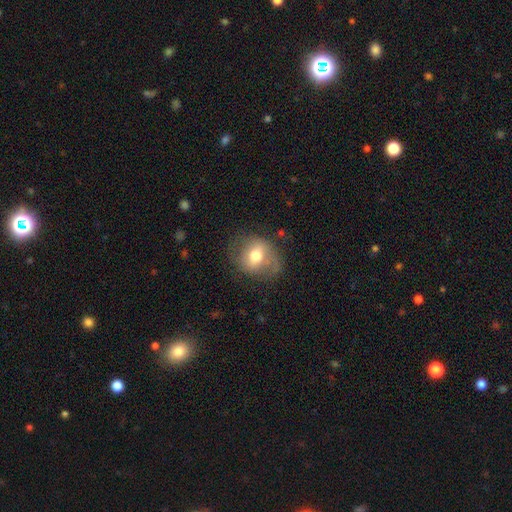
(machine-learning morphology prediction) Smooth or featured? Predicted: smooth (p=0.57). How rounded? Predicted: round (p=0.61). Merging? Predicted: none (p=0.62).